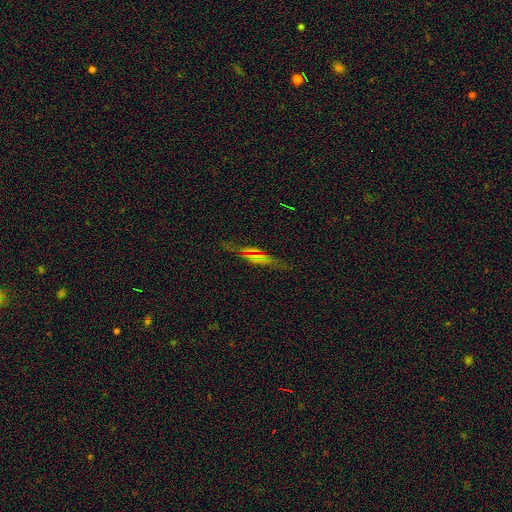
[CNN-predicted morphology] This appears to be a featured or disk galaxy (43%). Merging: none (80%).